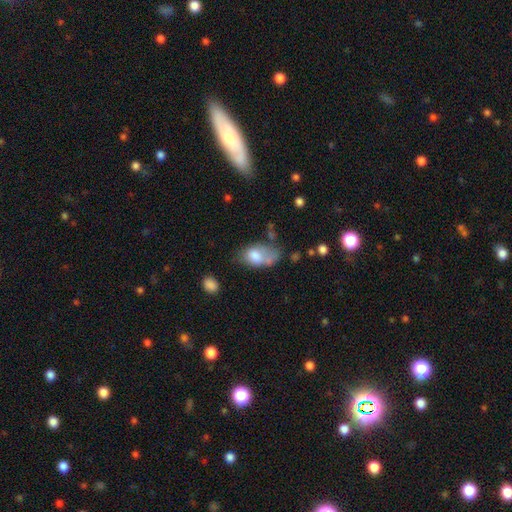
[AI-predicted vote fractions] Smooth or featured? Predicted: smooth (p=0.72). How rounded? Predicted: in between (p=0.90). Merging? Predicted: minor disturbance (p=0.30).